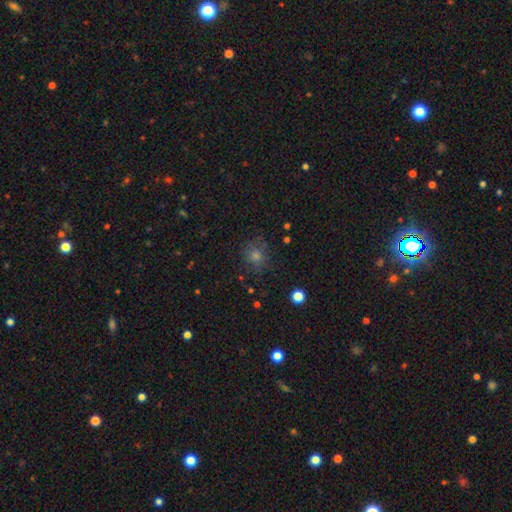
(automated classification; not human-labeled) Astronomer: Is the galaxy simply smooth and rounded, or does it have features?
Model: smooth — 62%.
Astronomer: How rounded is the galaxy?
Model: round — 85%.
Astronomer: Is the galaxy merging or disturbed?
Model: none — 79%.